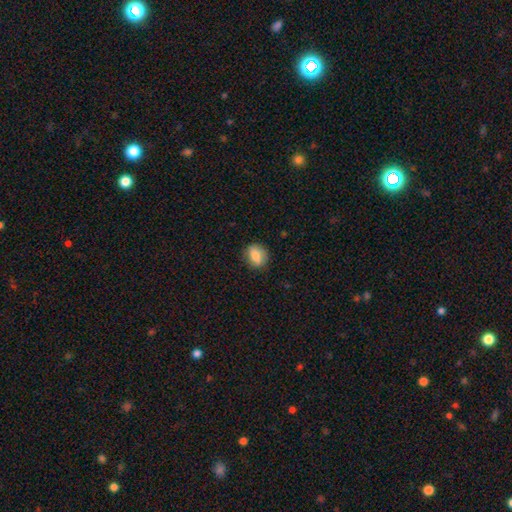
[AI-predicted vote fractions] smooth 82%, featured or disk 11%, star or artifact 8%. Down the decision tree: how rounded — in between (58%); merging — none (81%).